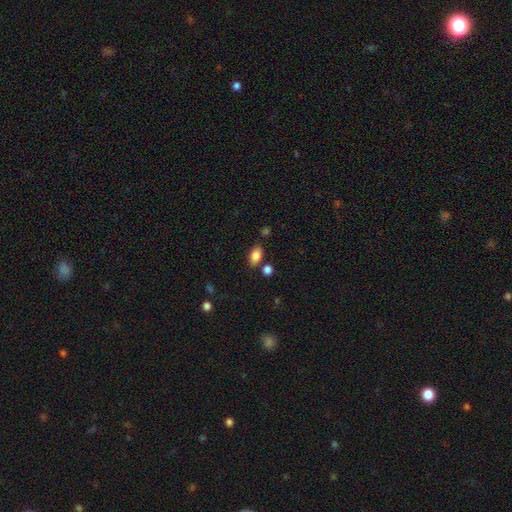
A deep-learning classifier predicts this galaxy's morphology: This is clearly a smooth galaxy (85%). How rounded: clearly in between (89%). Merging: likely none (76%).